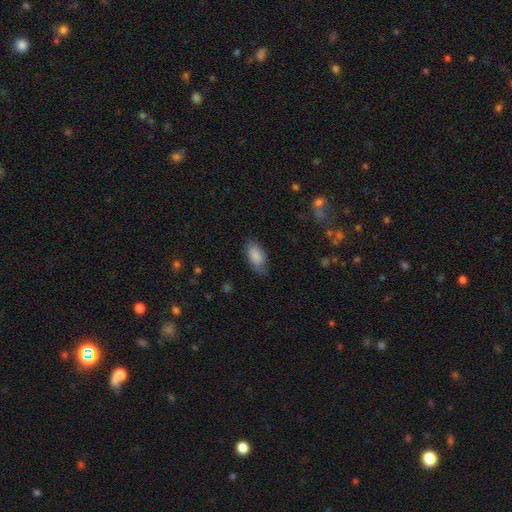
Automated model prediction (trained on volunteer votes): This is clearly a smooth galaxy (86%). How rounded: clearly in between (91%). Merging: likely none (70%).